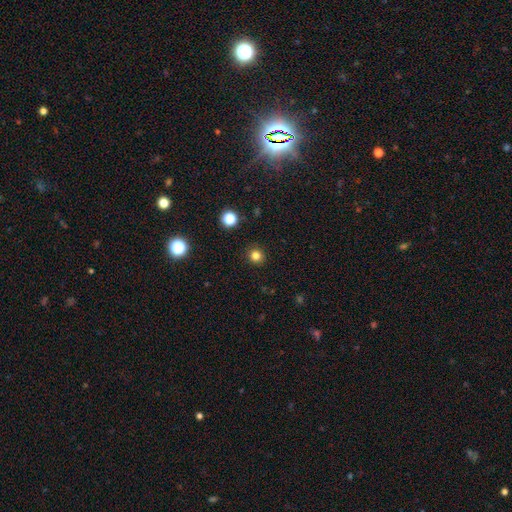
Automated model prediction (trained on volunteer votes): smooth 81%, star or artifact 15%, featured or disk 4%. Down the decision tree: how rounded — round (92%); merging — none (92%).